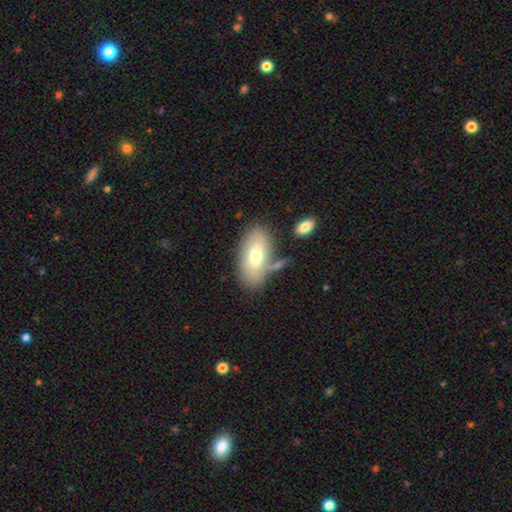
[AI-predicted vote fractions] Smooth or featured: smooth — 66% (featured or disk — 27%)
How rounded: in between — 92% (cigar-shaped — 4%)
Merging: none — 66% (minor disturbance — 17%)